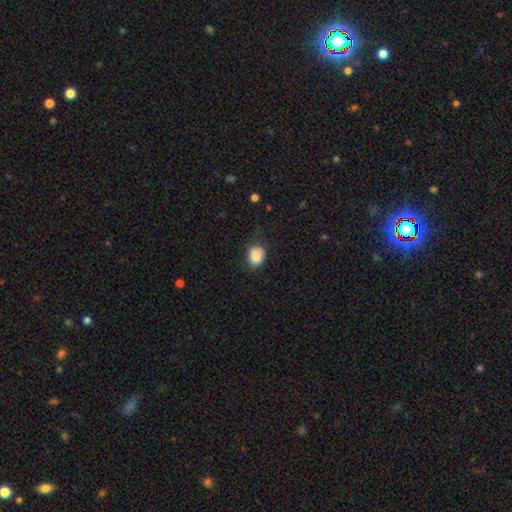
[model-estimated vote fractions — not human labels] Smooth or featured: smooth — 86% (star or artifact — 9%)
How rounded: round — 51% (in between — 48%)
Merging: none — 71% (minor disturbance — 22%)